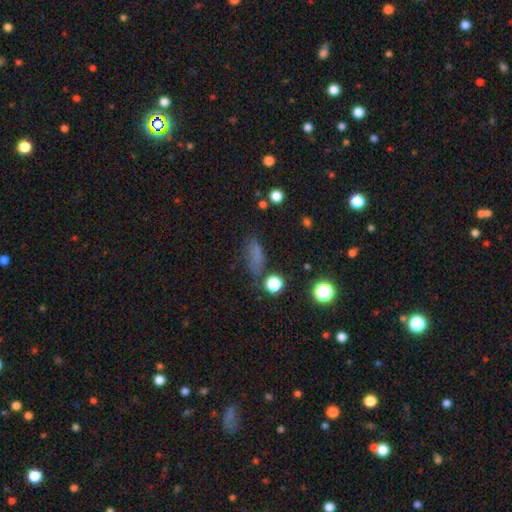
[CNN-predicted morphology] smooth 66%, star or artifact 23%, featured or disk 11%. Down the decision tree: how rounded — in between (65%); merging — none (61%).